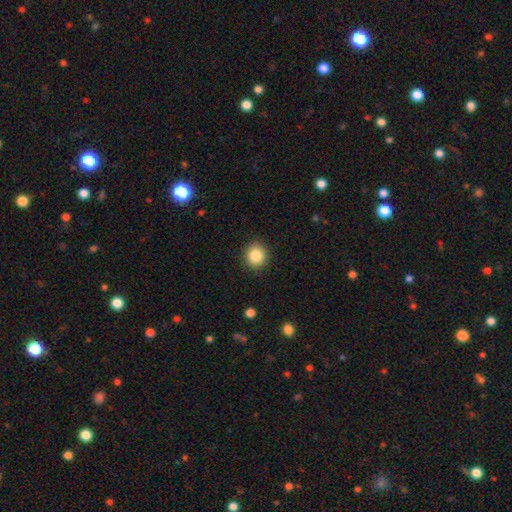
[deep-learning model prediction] Smooth or featured: smooth — 85% (star or artifact — 10%)
How rounded: round — 86% (in between — 13%)
Merging: none — 91% (minor disturbance — 6%)